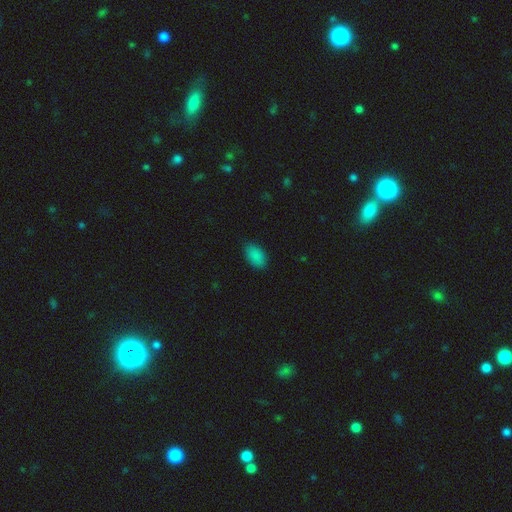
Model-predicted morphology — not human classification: Smooth or featured: smooth — 87% (star or artifact — 9%)
How rounded: in between — 93% (round — 5%)
Merging: none — 83% (minor disturbance — 14%)